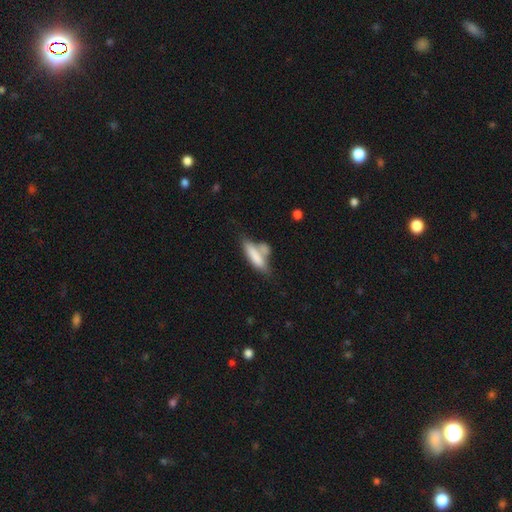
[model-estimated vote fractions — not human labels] Overall: smooth (73%). How rounded: cigar-shaped (55%; in between 42%). Merging: merger (43%; none 32%).